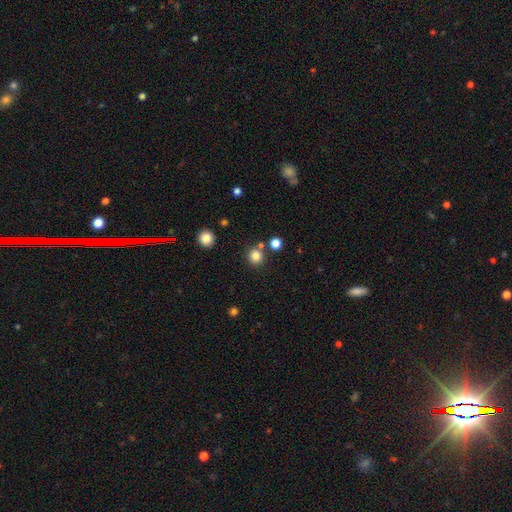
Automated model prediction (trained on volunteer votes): A smooth galaxy with no disk features (82%) that is round (92%). Merging: none (80%).